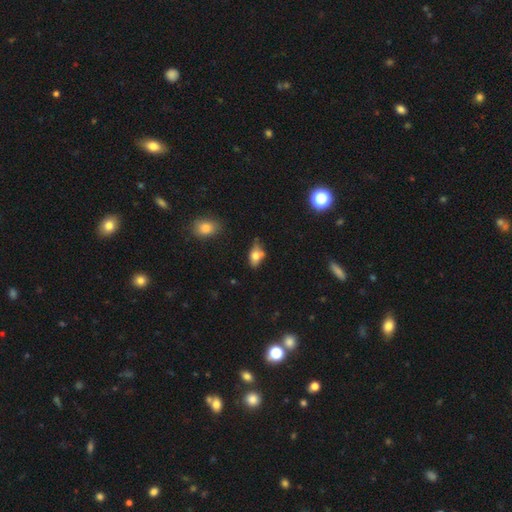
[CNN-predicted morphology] smooth-or-featured: smooth: 68% | featured or disk: 22% | star or artifact: 10%
  how-rounded: in between: 83% | round: 12% | cigar-shaped: 5%
  merging: none: 48% | minor disturbance: 31% | merger: 11% | major disturbance: 10%